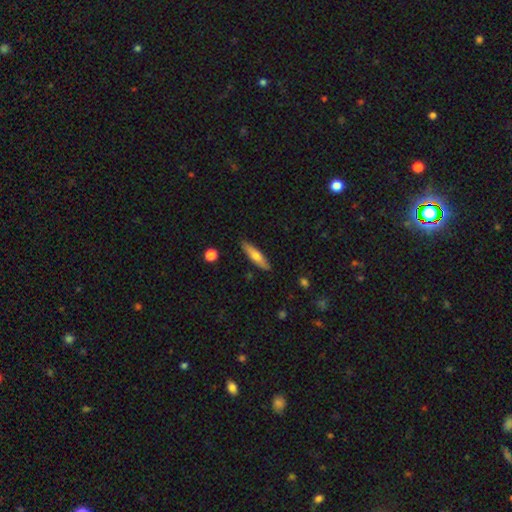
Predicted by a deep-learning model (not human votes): Morphology: type=smooth (63%); roundness=cigar-shaped (76%); merging=none (88%).